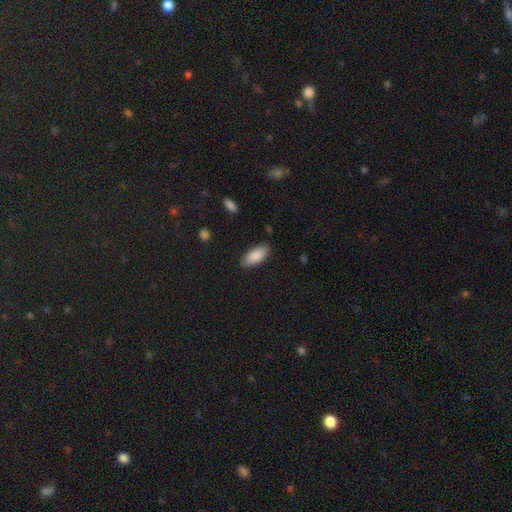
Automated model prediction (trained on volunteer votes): smooth 89%, star or artifact 6%, featured or disk 5%. Down the decision tree: how rounded — in between (88%); merging — none (85%).